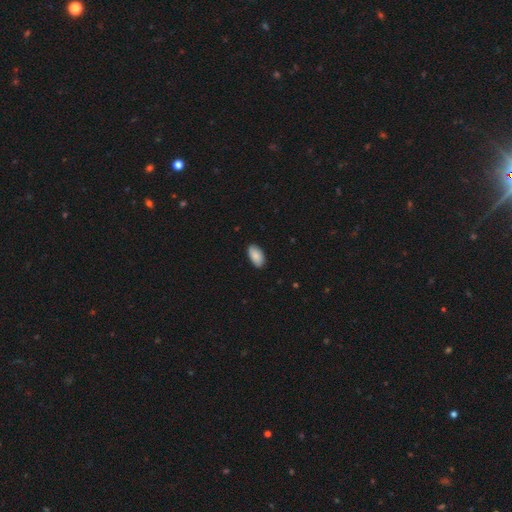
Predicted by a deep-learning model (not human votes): A smooth galaxy with no disk features (87%) that is in between round and cigar-shaped (95%).

Vote fractions:
- Smooth or featured? smooth: 87% / star or artifact: 6% / featured or disk: 6%
- How rounded? in between: 95% / round: 3% / cigar-shaped: 2%
- Merging? none: 87% / minor disturbance: 10% / major disturbance: 2% / merger: 1%